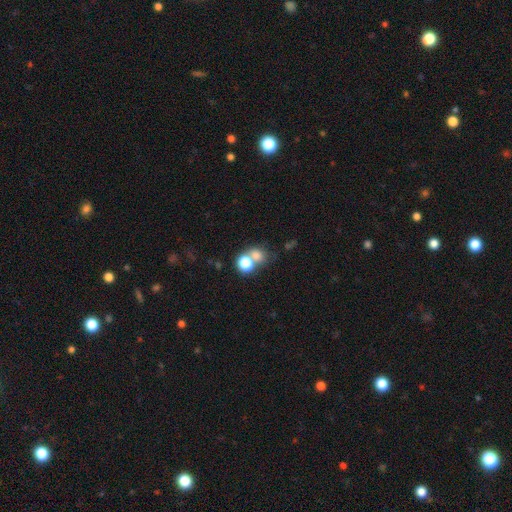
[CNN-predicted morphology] Smooth or featured? smooth (72%)
How rounded? round (62%)
Merging? merger (45%)